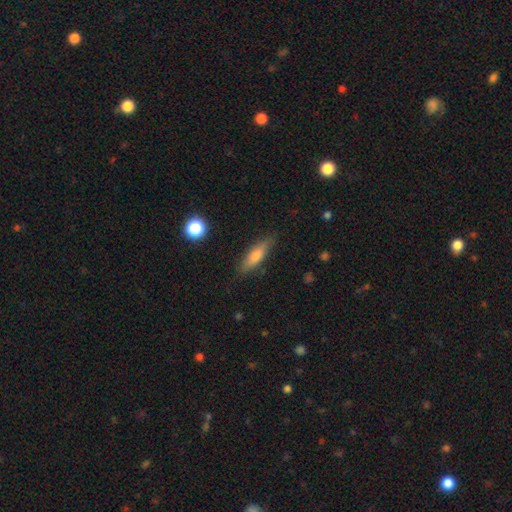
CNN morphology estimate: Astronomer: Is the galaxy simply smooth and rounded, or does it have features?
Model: smooth — 69%.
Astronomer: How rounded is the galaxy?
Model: cigar-shaped — 61%.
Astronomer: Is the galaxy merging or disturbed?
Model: none — 83%.